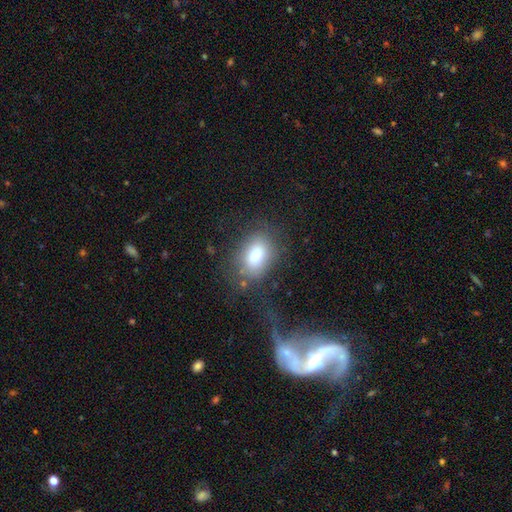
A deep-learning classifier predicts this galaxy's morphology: Overall: smooth (73%). How rounded: in between (69%; round 30%). Merging: none (71%).